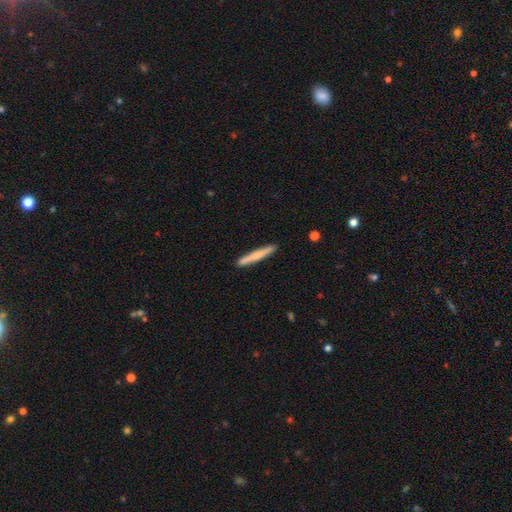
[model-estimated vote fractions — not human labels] Overall: smooth (67%; featured or disk 28%). How rounded: cigar-shaped (96%). Merging: none (91%).